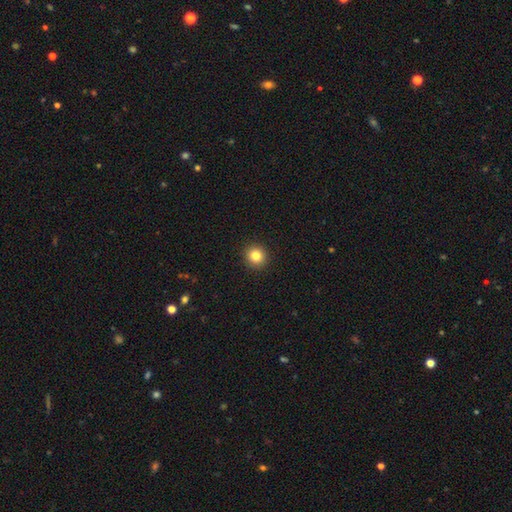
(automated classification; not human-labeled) Smooth or featured?
  - smooth: 83% *
  - star or artifact: 11%
  - featured or disk: 6%
How rounded?
  - round: 92% *
  - in between: 7%
  - cigar-shaped: 1%
Merging?
  - none: 93% *
  - minor disturbance: 5%
  - major disturbance: 2%
  - merger: 1%